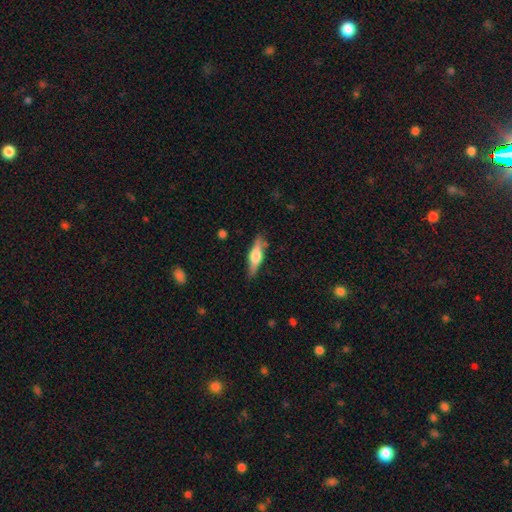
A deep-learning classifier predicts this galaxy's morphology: Smooth or featured?
  - featured or disk: 53% *
  - smooth: 42%
  - star or artifact: 6%
Edge-on disk?
  - yes: 94% *
  - no: 6%
Merging?
  - none: 83% *
  - minor disturbance: 12%
  - major disturbance: 3%
  - merger: 2%